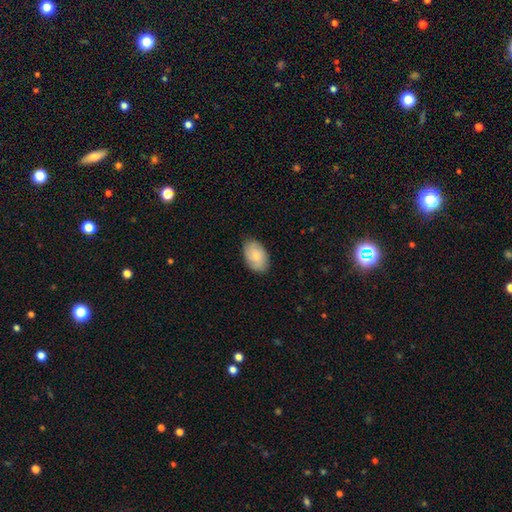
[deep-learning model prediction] Smooth or featured?
  - smooth: 76% *
  - featured or disk: 17%
  - star or artifact: 6%
How rounded?
  - in between: 91% *
  - round: 8%
  - cigar-shaped: 1%
Merging?
  - none: 81% *
  - minor disturbance: 15%
  - major disturbance: 3%
  - merger: 1%